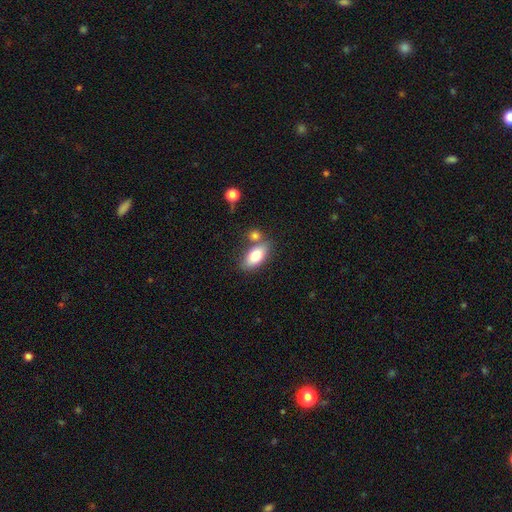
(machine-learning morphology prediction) smooth 79%, featured or disk 14%, star or artifact 7%. Down the decision tree: how rounded — in between (88%); merging — none (62%).